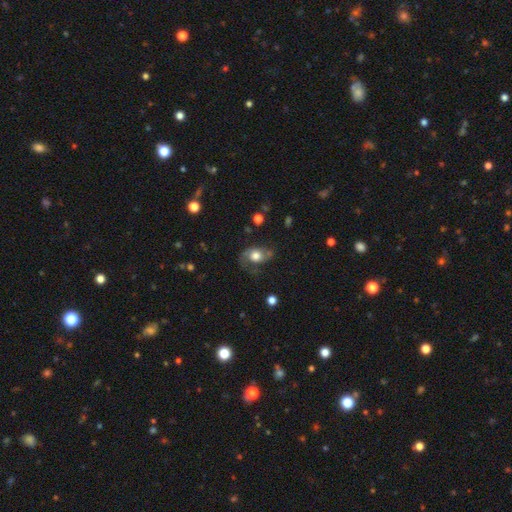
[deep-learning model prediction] Smooth or featured: smooth — 52% (featured or disk — 39%)
How rounded: in between — 59% (round — 39%)
Merging: none — 47% (minor disturbance — 26%)